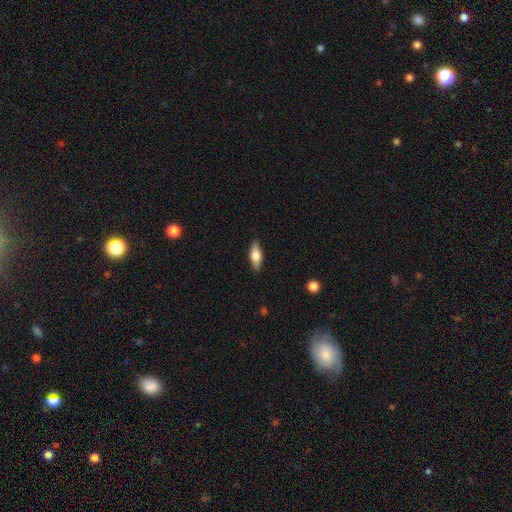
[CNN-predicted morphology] This is possibly a smooth galaxy (56%). How rounded: likely in between (66%). Merging: clearly none (88%).